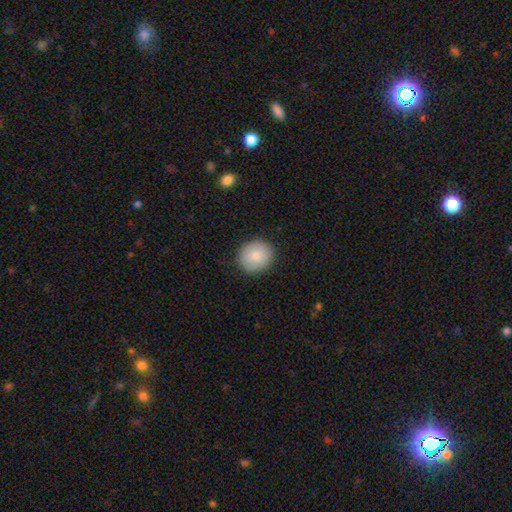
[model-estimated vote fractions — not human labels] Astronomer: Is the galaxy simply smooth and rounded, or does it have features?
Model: smooth — 84%.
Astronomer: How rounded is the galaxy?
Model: round — 79%.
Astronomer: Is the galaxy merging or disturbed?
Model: none — 89%.